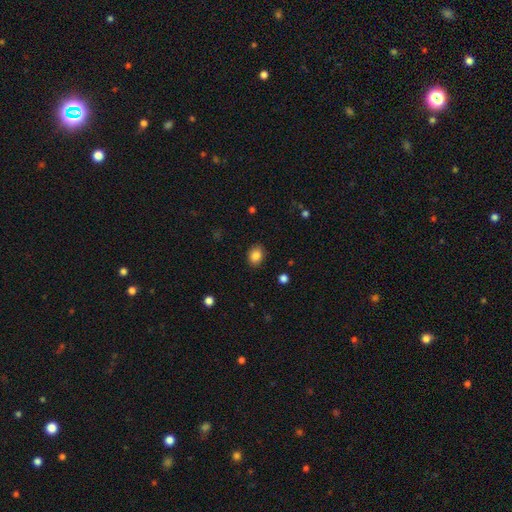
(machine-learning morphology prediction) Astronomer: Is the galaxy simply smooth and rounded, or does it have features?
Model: smooth — 86%.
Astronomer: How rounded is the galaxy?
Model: in between — 60% (runner-up: round, 39%).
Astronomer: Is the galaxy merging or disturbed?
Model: none — 86%.